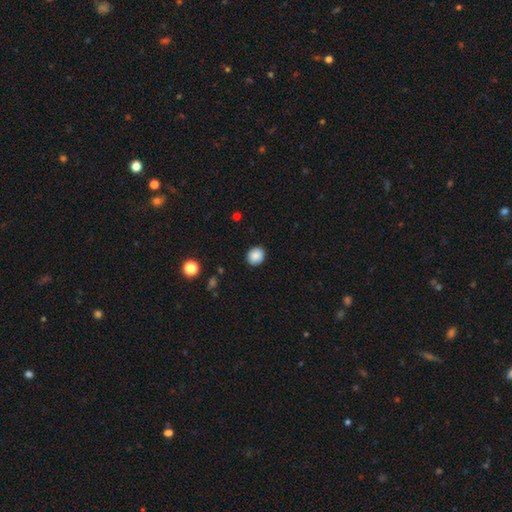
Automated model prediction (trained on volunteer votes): This appears to be a smooth galaxy with no disk features (88%) that is round (75%). Merging: none (90%).